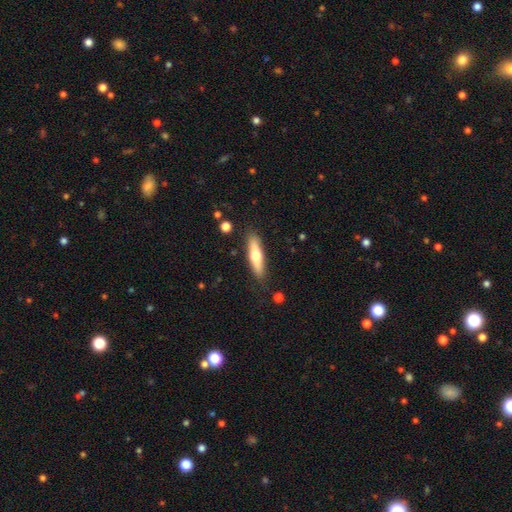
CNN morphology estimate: smooth_or_featured: smooth (p=0.56) [alt: featured or disk p=0.39]
how_rounded: cigar-shaped (p=0.74) [alt: in between p=0.25]
merging: none (p=0.86) [alt: minor disturbance p=0.10]